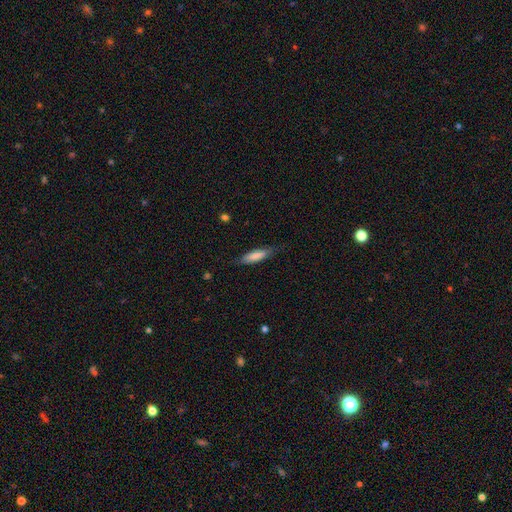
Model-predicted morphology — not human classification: The model was most divided on "how rounded": cigar-shaped: 63%, in between: 35%, round: 1%. More confident: smooth or featured — smooth (80%); merging — none (76%).